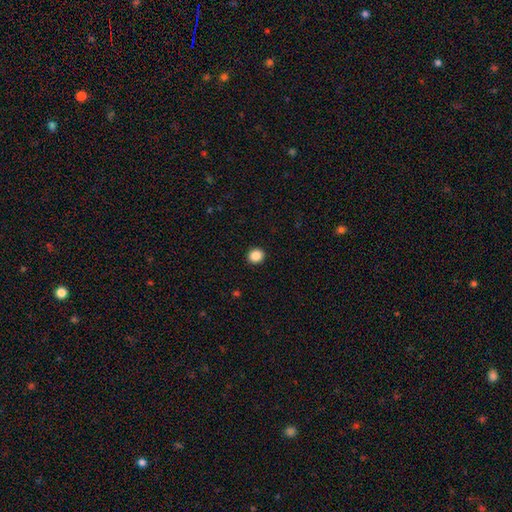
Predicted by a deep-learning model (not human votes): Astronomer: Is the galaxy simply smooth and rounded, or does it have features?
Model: smooth — 88%.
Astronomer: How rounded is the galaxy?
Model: round — 82%.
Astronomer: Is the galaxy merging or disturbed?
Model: none — 92%.